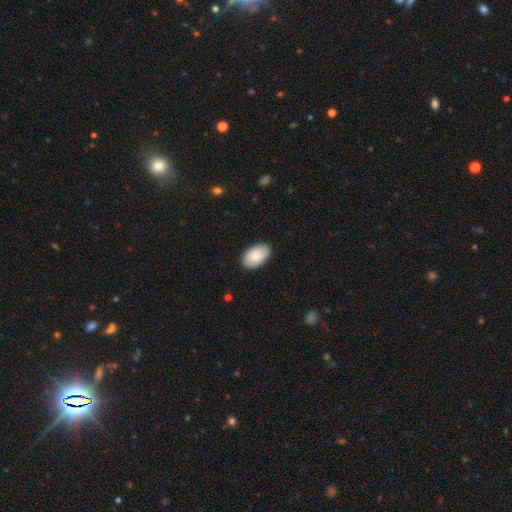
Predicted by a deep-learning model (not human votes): This is clearly a smooth galaxy (82%). How rounded: clearly in between (93%). Merging: clearly none (86%).